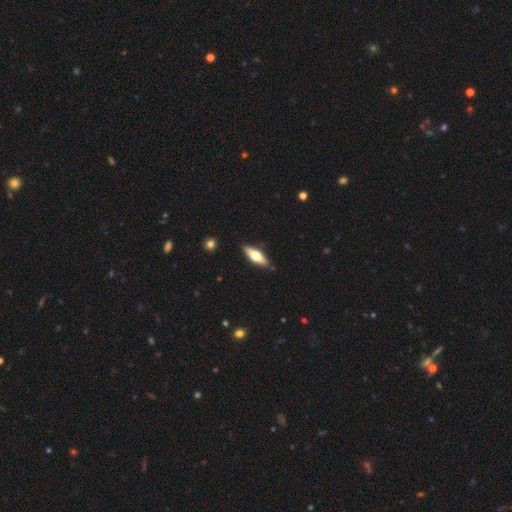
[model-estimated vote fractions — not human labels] Smooth or featured? smooth (49%)
Merging? none (87%)